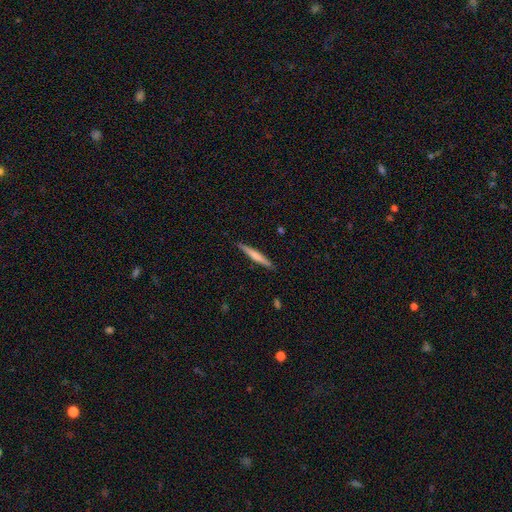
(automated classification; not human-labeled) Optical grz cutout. It shows a smooth galaxy with no disk features (59%) that is cigar-shaped (95%). Merging: none (90%).